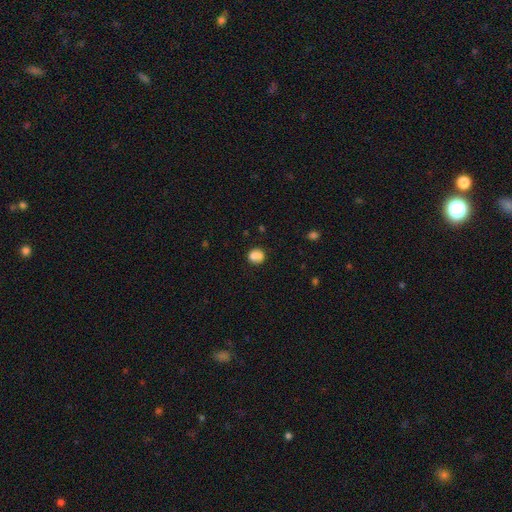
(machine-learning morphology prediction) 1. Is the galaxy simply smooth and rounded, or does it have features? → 79% smooth, 11% featured or disk, 10% star or artifact.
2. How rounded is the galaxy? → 73% round, 27% in between, 1% cigar-shaped.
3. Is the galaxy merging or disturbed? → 56% none, 19% merger, 18% minor disturbance, 7% major disturbance.